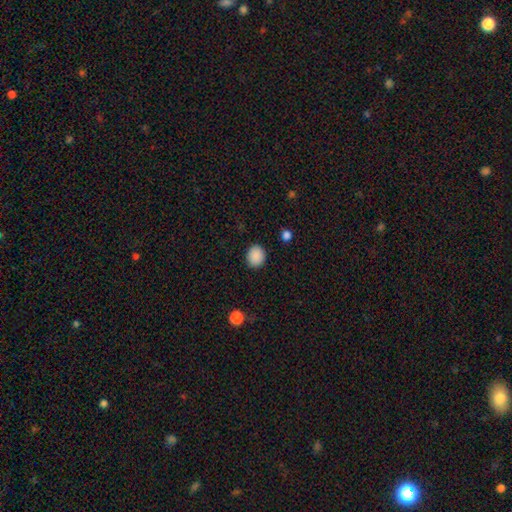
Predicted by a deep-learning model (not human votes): This appears to be a smooth galaxy with no disk features (89%) that is round (65%). Merging: none (89%).